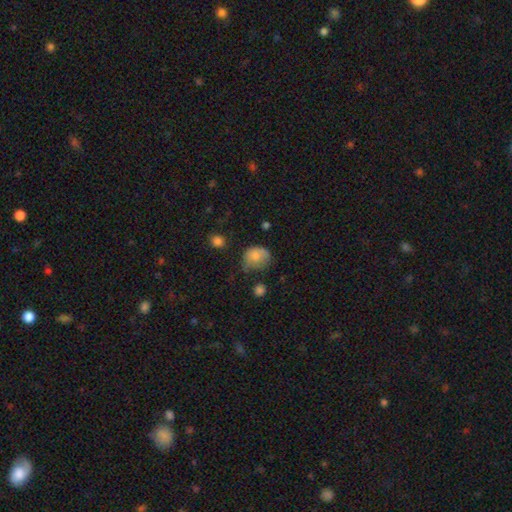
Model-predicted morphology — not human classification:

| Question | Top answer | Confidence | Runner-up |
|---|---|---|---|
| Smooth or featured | smooth | 72% | featured or disk (18%) |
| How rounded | round | 56% | in between (43%) |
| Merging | minor disturbance | 41% | none (36%) |